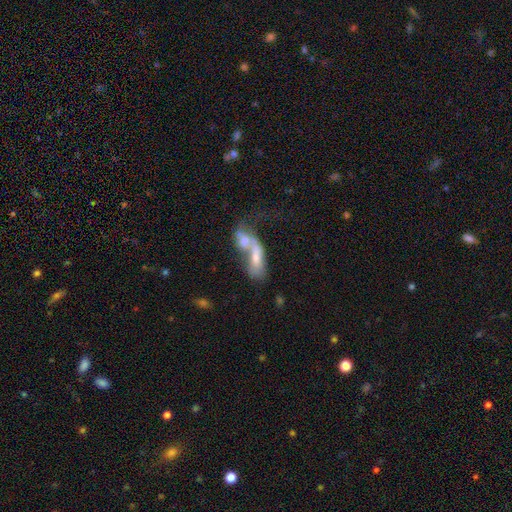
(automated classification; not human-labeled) A smooth galaxy with no disk features (47%).

Vote fractions:
- Smooth or featured? smooth: 47% / featured or disk: 44% / star or artifact: 10%
- Merging? merger: 74% / none: 11% / major disturbance: 9% / minor disturbance: 6%